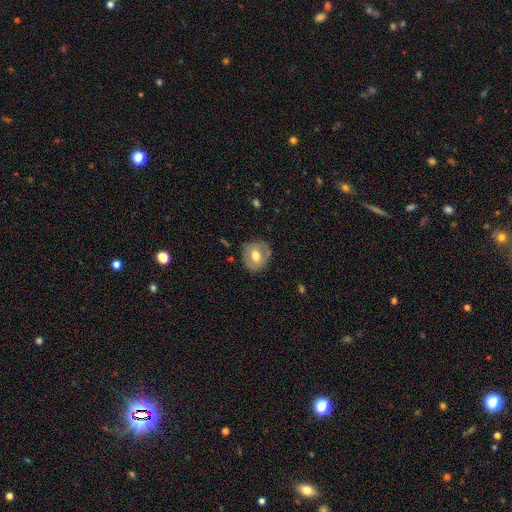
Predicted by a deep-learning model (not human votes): Smooth or featured? Predicted: smooth (p=0.59). How rounded? Predicted: round (p=0.82). Merging? Predicted: none (p=0.80).